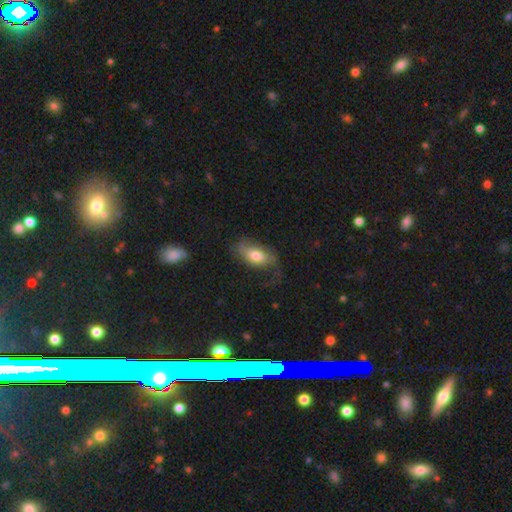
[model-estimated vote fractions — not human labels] Smooth or featured? smooth (62%)
How rounded? in between (89%)
Merging? none (44%)